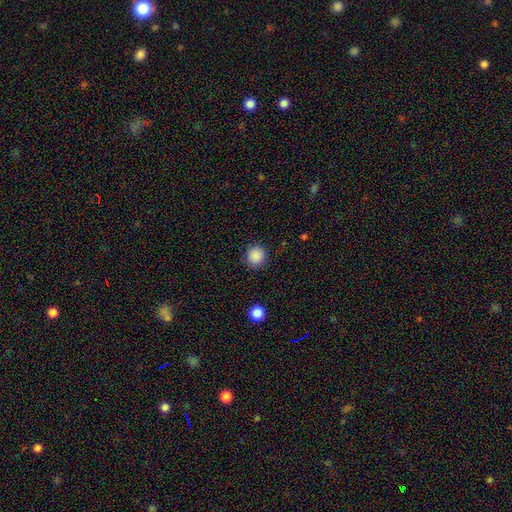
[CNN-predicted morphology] This is clearly a smooth galaxy (88%). How rounded: clearly round (92%). Merging: clearly none (90%).